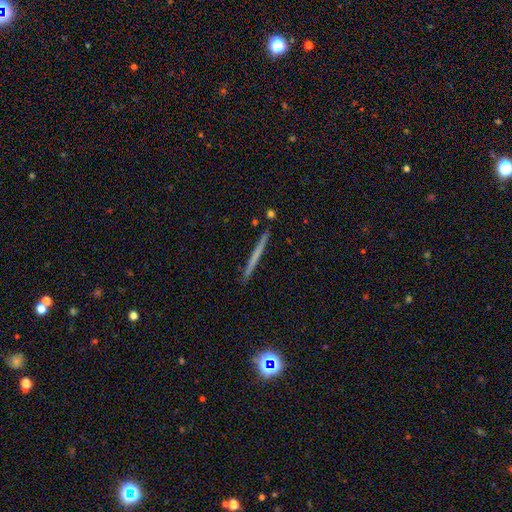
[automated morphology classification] This appears to be a smooth galaxy with no disk features (49%). Merging: none (91%).